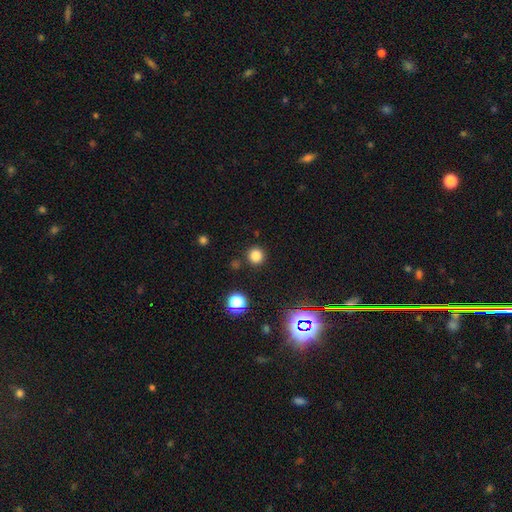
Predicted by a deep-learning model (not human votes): Q: Smooth or featured?
A: smooth (80%); runner-up: star or artifact (16%)
Q: How rounded?
A: round (94%); runner-up: in between (5%)
Q: Merging?
A: none (88%); runner-up: minor disturbance (6%)